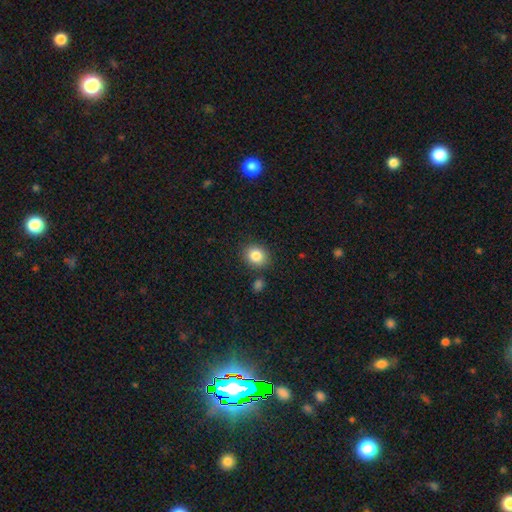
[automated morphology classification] Smooth or featured?
  - smooth: 84% *
  - star or artifact: 9%
  - featured or disk: 6%
How rounded?
  - round: 66% *
  - in between: 33%
  - cigar-shaped: 1%
Merging?
  - none: 84% *
  - minor disturbance: 9%
  - merger: 4%
  - major disturbance: 3%